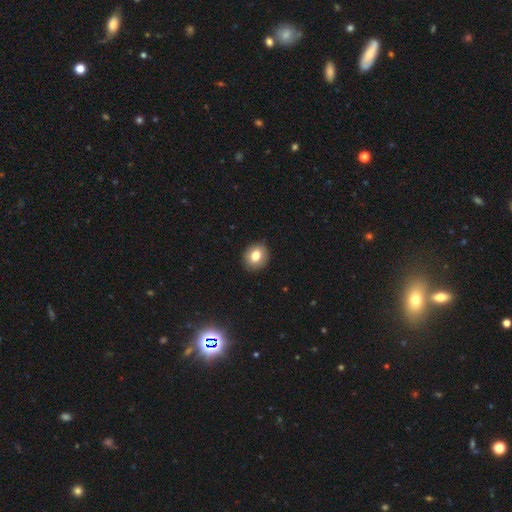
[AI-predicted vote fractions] The model was most divided on "how rounded": round: 73%, in between: 26%, cigar-shaped: 1%. More confident: merging — none (90%); smooth or featured — smooth (79%).